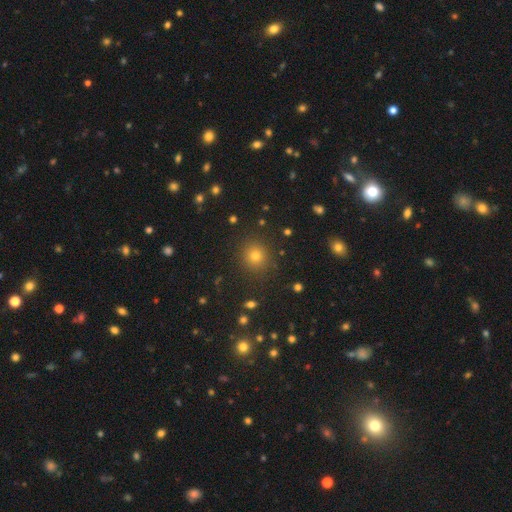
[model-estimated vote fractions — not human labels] A smooth galaxy with no disk features (72%) that is round (92%).

Vote fractions:
- Smooth or featured? smooth: 72% / star or artifact: 21% / featured or disk: 7%
- How rounded? round: 92% / in between: 7% / cigar-shaped: 1%
- Merging? none: 90% / minor disturbance: 6% / major disturbance: 2% / merger: 2%